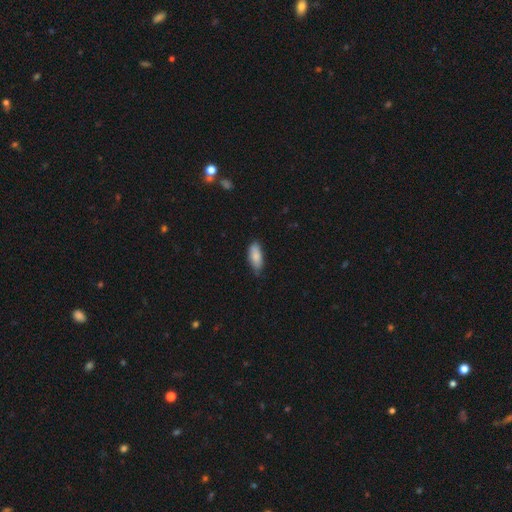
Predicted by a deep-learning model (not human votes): The model was most divided on "merging": none: 69%, minor disturbance: 26%, major disturbance: 3%, merger: 1%. More confident: smooth or featured — smooth (85%); how rounded — in between (79%).